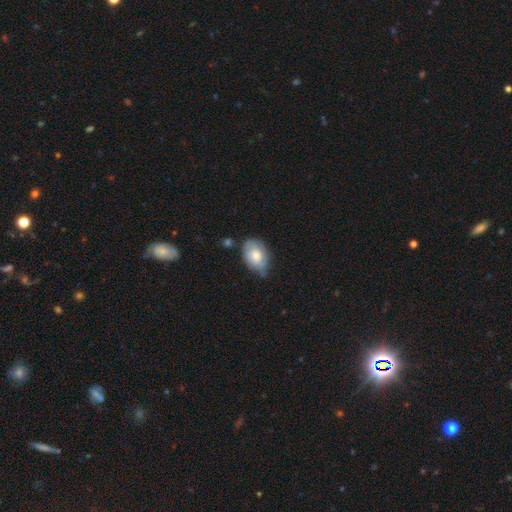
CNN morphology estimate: A smooth galaxy with no disk features (66%) that is in between round and cigar-shaped (81%). Merging: none (51%).